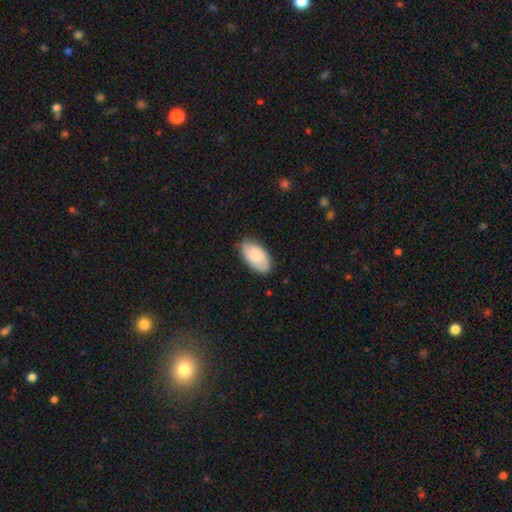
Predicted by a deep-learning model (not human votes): Smooth or featured? Predicted: smooth (p=0.75). How rounded? Predicted: in between (p=0.95). Merging? Predicted: none (p=0.83).